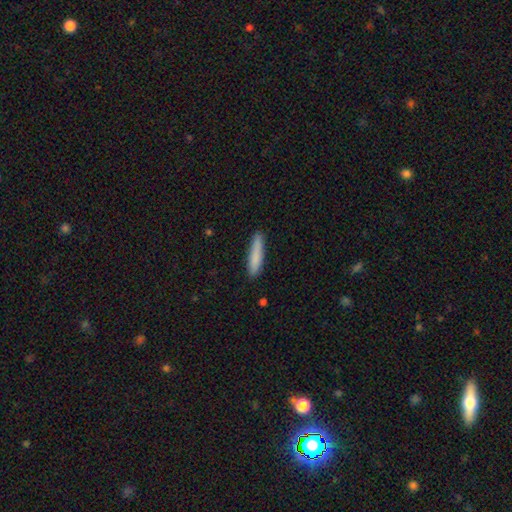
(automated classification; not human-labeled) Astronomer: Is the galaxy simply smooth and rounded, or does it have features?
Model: smooth — 84%.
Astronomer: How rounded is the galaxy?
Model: cigar-shaped — 86%.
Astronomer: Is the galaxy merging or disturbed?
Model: none — 86%.